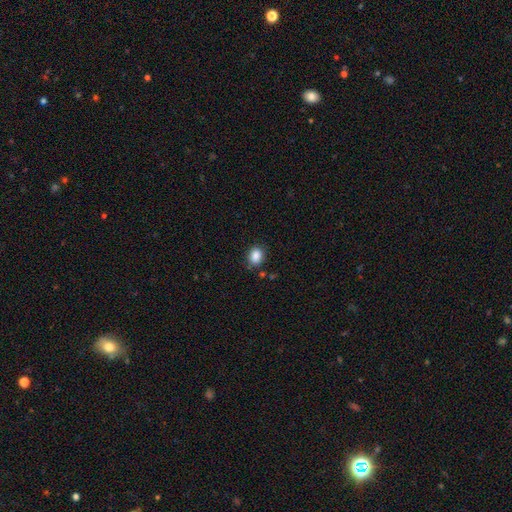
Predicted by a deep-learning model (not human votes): Q: Smooth or featured?
A: smooth (87%); runner-up: star or artifact (9%)
Q: How rounded?
A: in between (55%); runner-up: round (44%)
Q: Merging?
A: none (82%); runner-up: minor disturbance (12%)